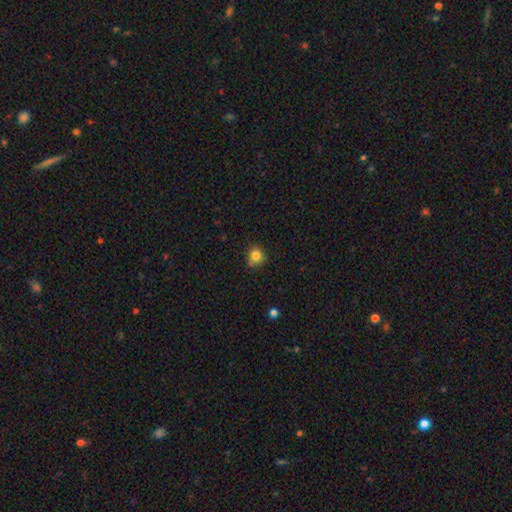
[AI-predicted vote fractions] This appears to be a smooth galaxy with no disk features (83%) that is round (82%). Merging: none (72%).